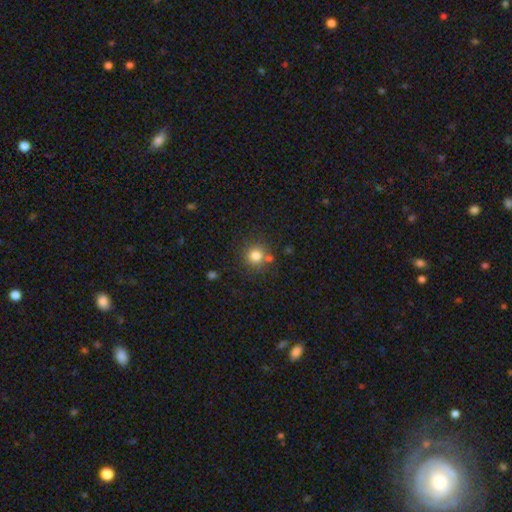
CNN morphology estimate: Overall: smooth (81%). How rounded: round (93%). Merging: none (77%).